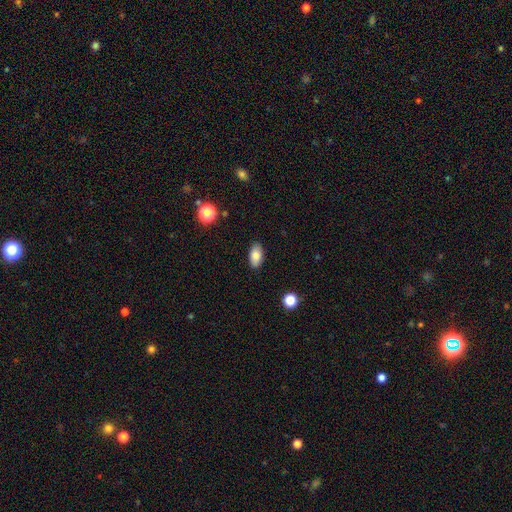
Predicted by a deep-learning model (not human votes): Overall: smooth (83%). How rounded: in between (92%). Merging: none (88%).